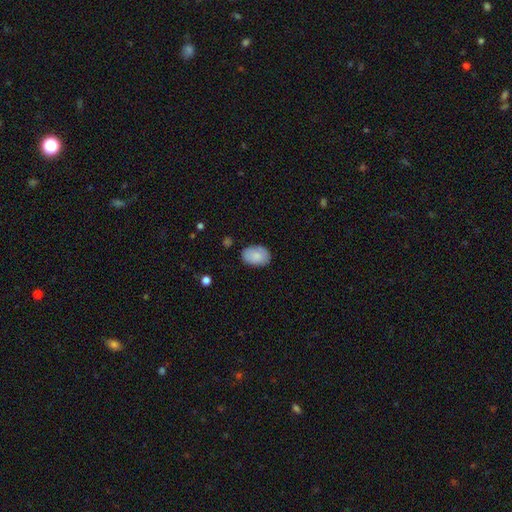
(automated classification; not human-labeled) Smooth or featured?
  - smooth: 85% *
  - featured or disk: 9%
  - star or artifact: 6%
How rounded?
  - in between: 86% *
  - round: 13%
  - cigar-shaped: 1%
Merging?
  - none: 81% *
  - minor disturbance: 14%
  - major disturbance: 3%
  - merger: 2%